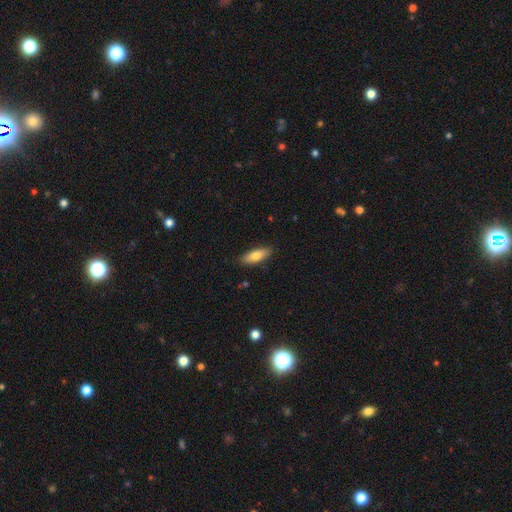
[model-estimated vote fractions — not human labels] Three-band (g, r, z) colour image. It shows a smooth galaxy with no disk features (76%) that is in between round and cigar-shaped (62%). Merging: none (87%).